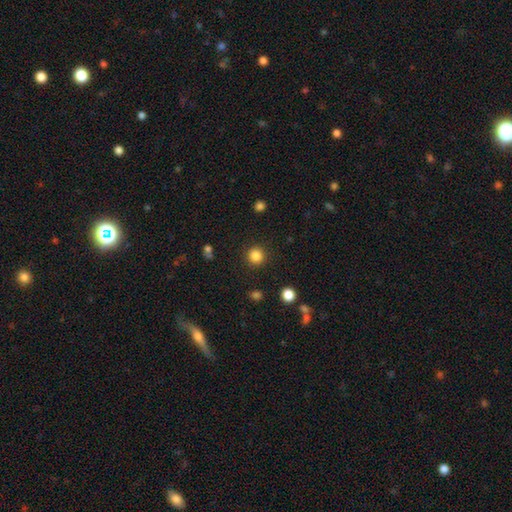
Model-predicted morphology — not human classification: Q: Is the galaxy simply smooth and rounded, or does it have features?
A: smooth — 85%.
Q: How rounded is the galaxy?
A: round — 93%.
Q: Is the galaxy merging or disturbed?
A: none — 91%.